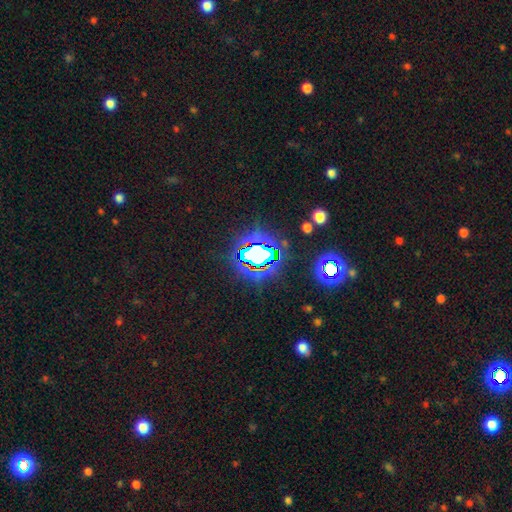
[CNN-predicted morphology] A star or artifact, not a galaxy (70%).

Vote fractions:
- Smooth or featured? star or artifact: 70% / smooth: 19% / featured or disk: 12%